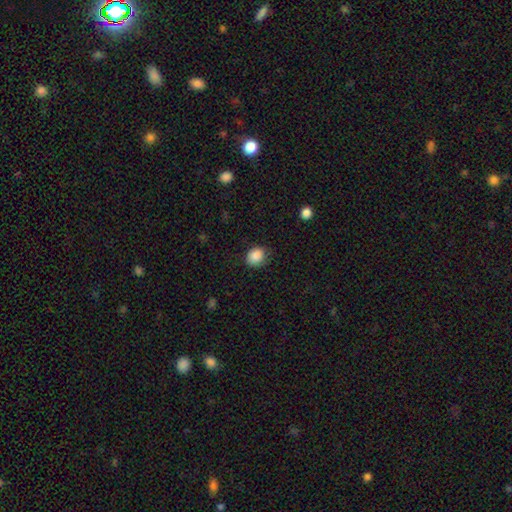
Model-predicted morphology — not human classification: Smooth or featured? Predicted: smooth (p=0.88). How rounded? Predicted: round (p=0.56). Merging? Predicted: none (p=0.77).